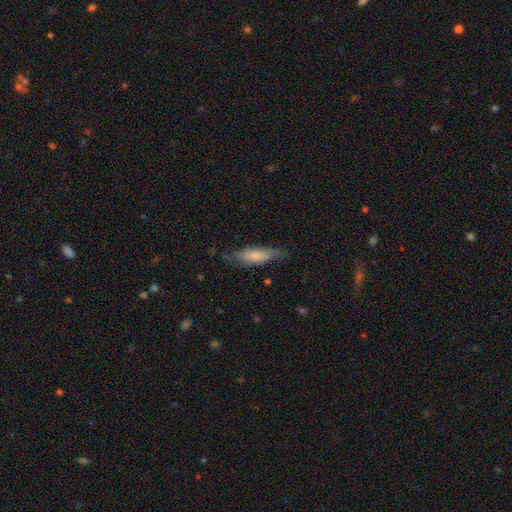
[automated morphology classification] A smooth galaxy with no disk features (67%) that is cigar-shaped (53%).

Vote fractions:
- Smooth or featured? smooth: 67% / featured or disk: 27% / star or artifact: 6%
- How rounded? cigar-shaped: 53% / in between: 45% / round: 2%
- Merging? none: 68% / minor disturbance: 24% / major disturbance: 6% / merger: 1%